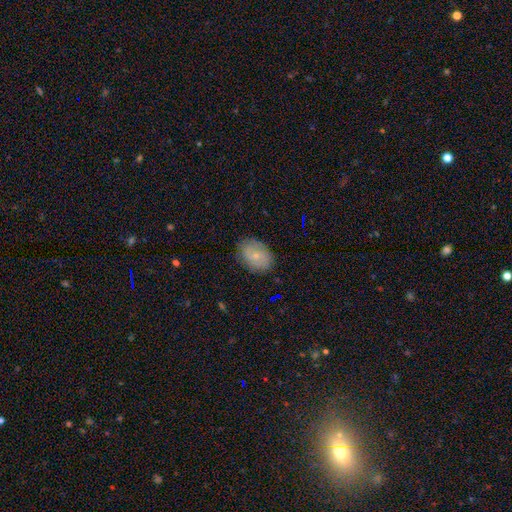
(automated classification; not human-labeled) Smooth or featured? smooth (66%)
How rounded? in between (78%)
Merging? none (82%)